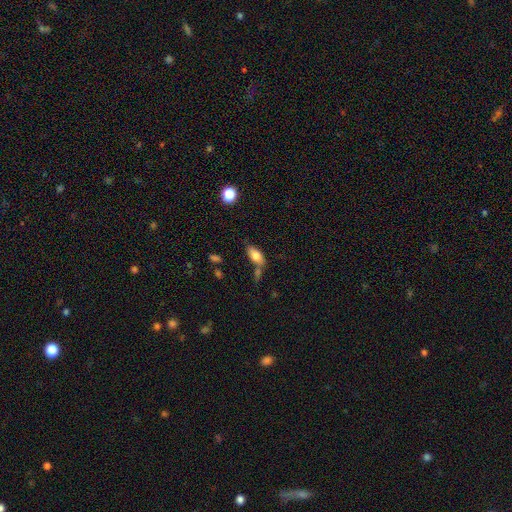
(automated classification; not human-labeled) smooth_or_featured: smooth (p=0.78) [alt: featured or disk p=0.14]
how_rounded: in between (p=0.87) [alt: cigar-shaped p=0.10]
merging: none (p=0.56) [alt: merger p=0.21]